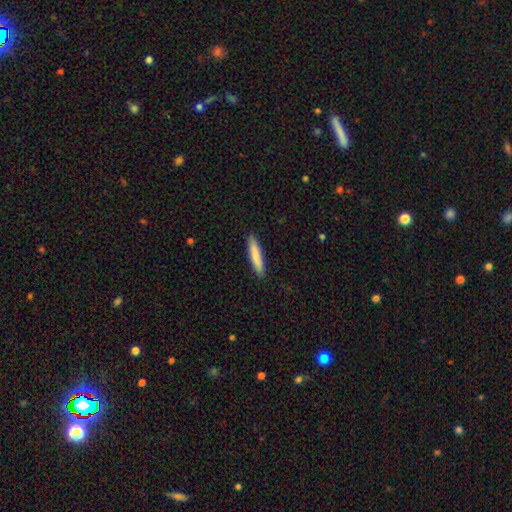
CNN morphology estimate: Smooth or featured? smooth (83%)
How rounded? cigar-shaped (89%)
Merging? none (91%)